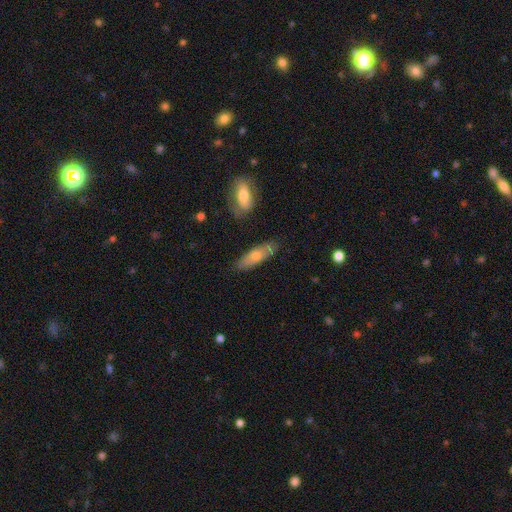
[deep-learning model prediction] Smooth or featured: smooth — 60% (featured or disk — 33%)
How rounded: cigar-shaped — 54% (in between — 44%)
Merging: none — 77% (minor disturbance — 16%)